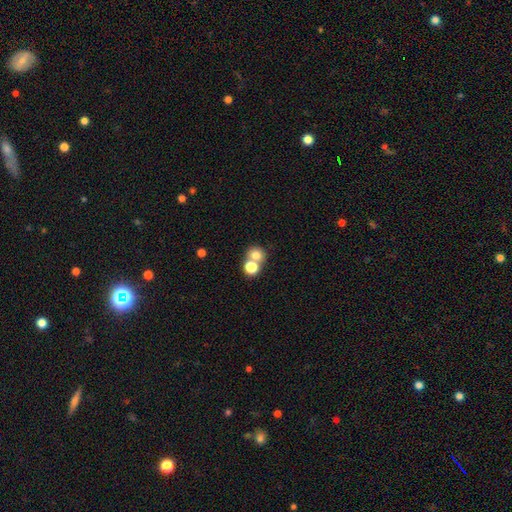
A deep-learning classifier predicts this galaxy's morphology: A smooth galaxy with no disk features (73%) that is round (81%). Merging: merger (45%, tied with none).